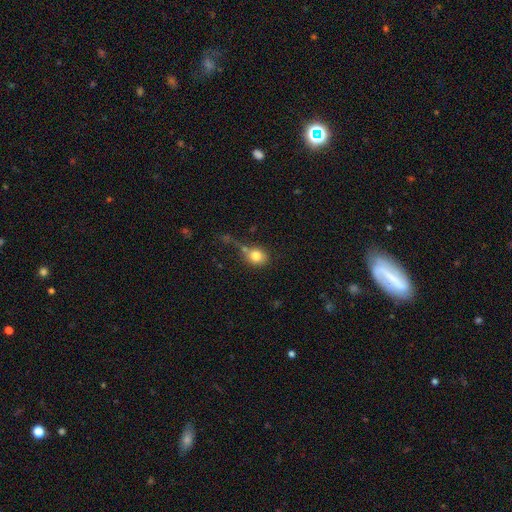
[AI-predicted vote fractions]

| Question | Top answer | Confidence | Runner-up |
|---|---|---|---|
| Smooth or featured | smooth | 80% | featured or disk (11%) |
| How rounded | round | 73% | in between (26%) |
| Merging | none | 45% | major disturbance (19%) |